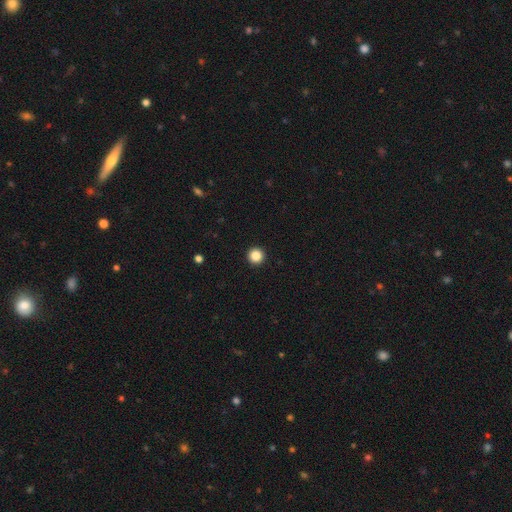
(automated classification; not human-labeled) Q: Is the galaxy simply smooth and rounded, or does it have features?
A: smooth — 86%.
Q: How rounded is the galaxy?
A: round — 97%.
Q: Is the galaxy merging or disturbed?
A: none — 94%.